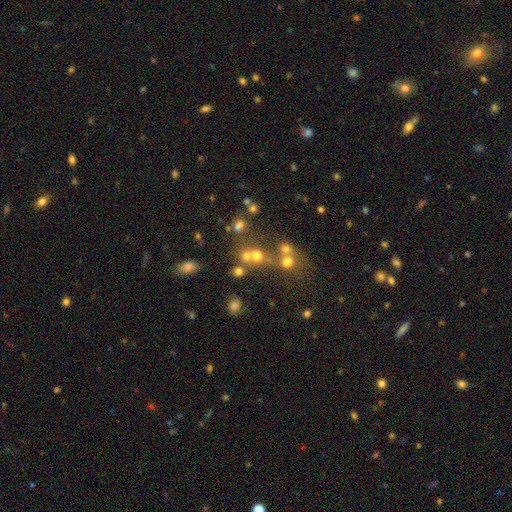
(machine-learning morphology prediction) Smooth or featured?
  - smooth: 52% *
  - star or artifact: 28%
  - featured or disk: 19%
How rounded?
  - round: 79% *
  - in between: 19%
  - cigar-shaped: 2%
Merging?
  - none: 48% *
  - merger: 38%
  - minor disturbance: 9%
  - major disturbance: 6%